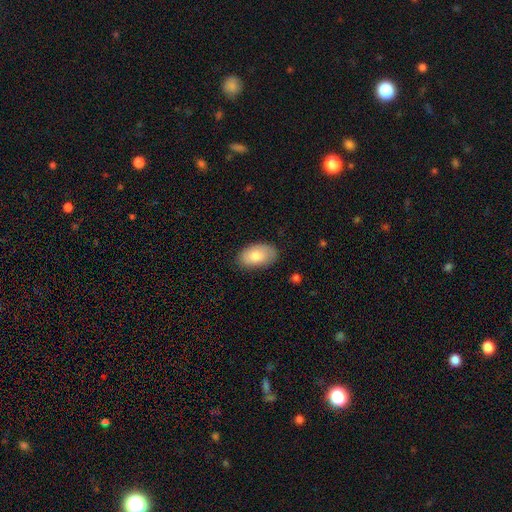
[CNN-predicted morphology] Smooth or featured?
  - smooth: 80% *
  - featured or disk: 14%
  - star or artifact: 6%
How rounded?
  - in between: 94% *
  - round: 5%
  - cigar-shaped: 1%
Merging?
  - none: 81% *
  - minor disturbance: 15%
  - major disturbance: 3%
  - merger: 1%